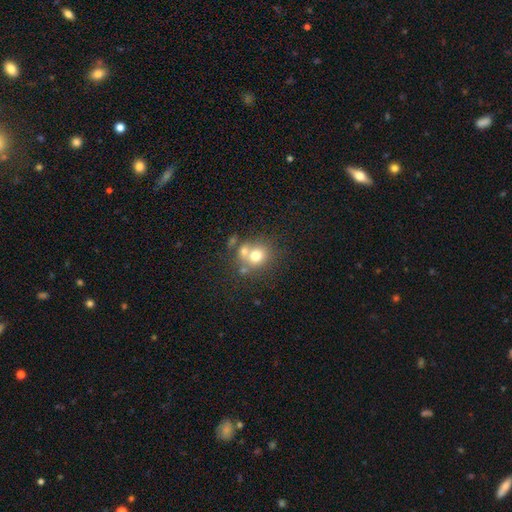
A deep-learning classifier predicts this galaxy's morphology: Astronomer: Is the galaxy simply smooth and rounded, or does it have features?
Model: smooth — 71%.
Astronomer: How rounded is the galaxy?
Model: round — 77%.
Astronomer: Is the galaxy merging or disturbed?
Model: none — 48% (runner-up: merger, 37%).